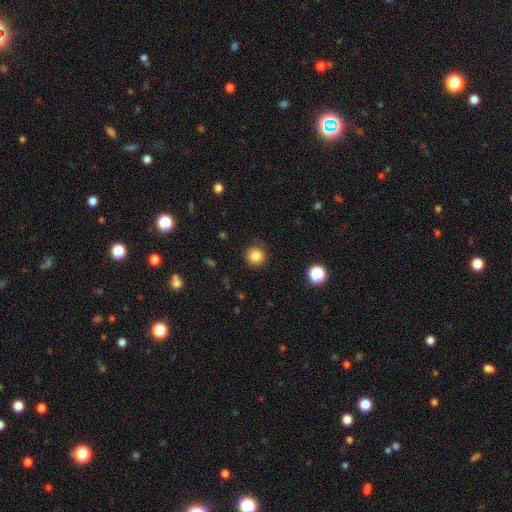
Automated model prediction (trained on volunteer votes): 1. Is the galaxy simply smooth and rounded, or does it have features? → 83% smooth, 11% star or artifact, 5% featured or disk.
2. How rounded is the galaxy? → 94% round, 5% in between, 1% cigar-shaped.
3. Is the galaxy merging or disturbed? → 86% none, 10% minor disturbance, 3% major disturbance, 1% merger.